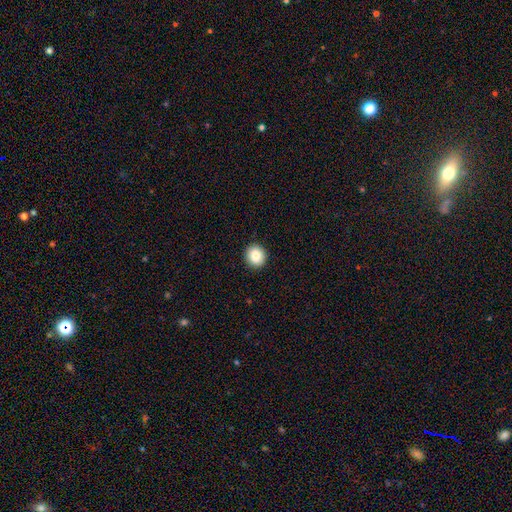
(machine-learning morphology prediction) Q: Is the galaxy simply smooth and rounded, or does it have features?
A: smooth — 86%.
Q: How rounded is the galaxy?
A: round — 85%.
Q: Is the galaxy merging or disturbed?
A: none — 92%.